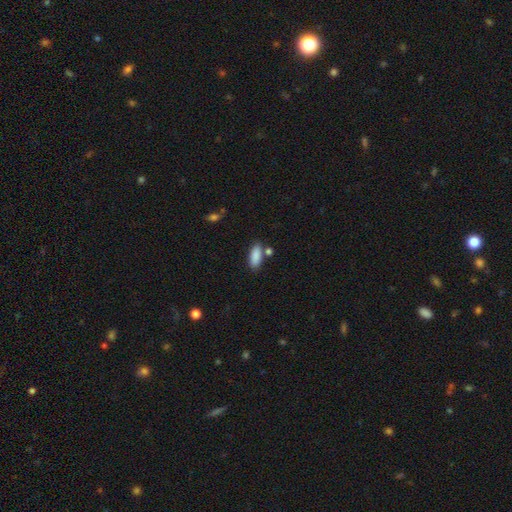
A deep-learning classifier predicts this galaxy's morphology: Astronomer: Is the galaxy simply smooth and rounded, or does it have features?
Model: smooth — 89%.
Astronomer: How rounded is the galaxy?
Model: in between — 81%.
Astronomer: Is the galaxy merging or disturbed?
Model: none — 73%.